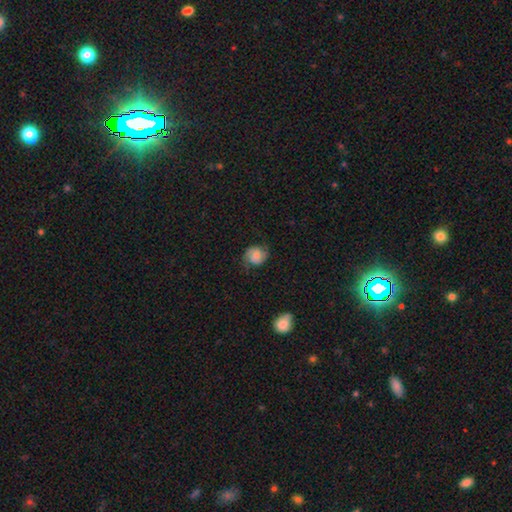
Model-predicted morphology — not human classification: Smooth or featured? featured or disk (48%)
Merging? none (70%)